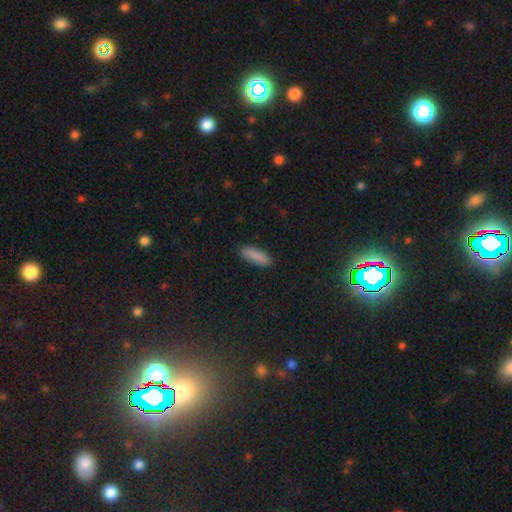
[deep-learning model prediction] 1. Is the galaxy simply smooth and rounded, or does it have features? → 88% smooth, 7% star or artifact, 6% featured or disk.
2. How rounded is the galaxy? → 50% in between, 49% cigar-shaped, 2% round.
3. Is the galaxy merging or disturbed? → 88% none, 9% minor disturbance, 2% major disturbance, 1% merger.